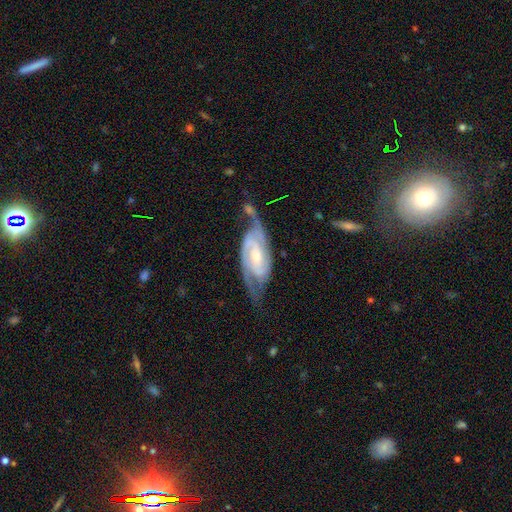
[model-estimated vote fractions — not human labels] featured or disk 89%, smooth 7%, star or artifact 5%. Down the decision tree: edge-on disk — no (94%); bar — weak (46%); spiral arms — yes (97%); spiral arm count — 2 (85%); spiral winding — tight (49%); bulge size — moderate (48%); merging — none (59%).